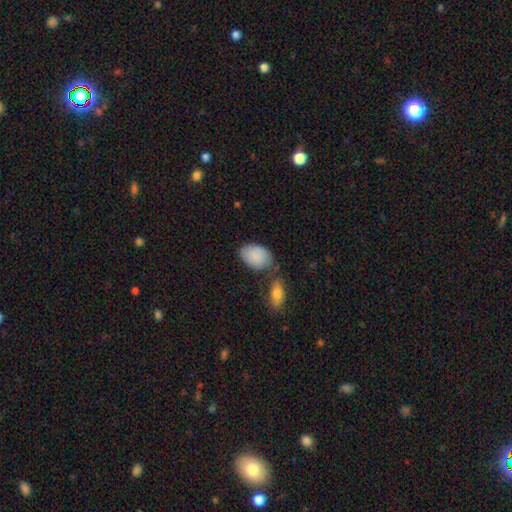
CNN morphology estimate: This is clearly a smooth galaxy (86%). How rounded: clearly in between (88%). Merging: possibly none (54%).